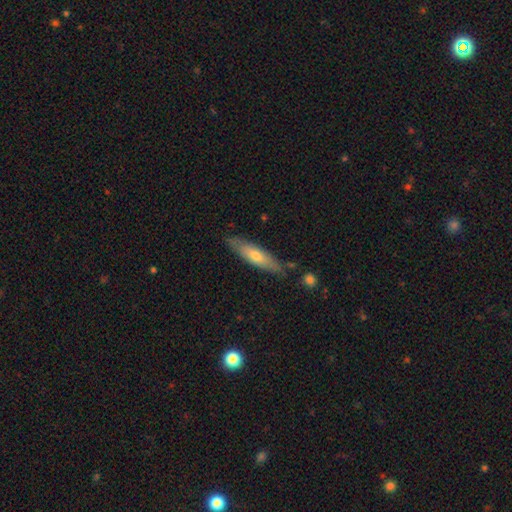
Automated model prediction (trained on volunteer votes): Smooth or featured? Predicted: smooth (p=0.48). Merging? Predicted: none (p=0.82).